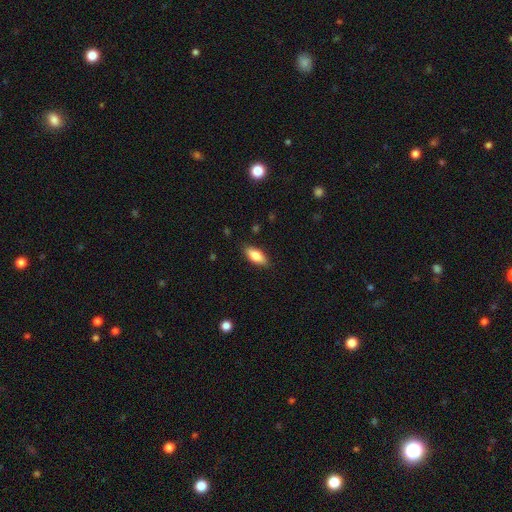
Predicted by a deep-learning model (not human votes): Q: Smooth or featured?
A: smooth (80%); runner-up: featured or disk (13%)
Q: How rounded?
A: in between (85%); runner-up: cigar-shaped (13%)
Q: Merging?
A: none (87%); runner-up: minor disturbance (10%)